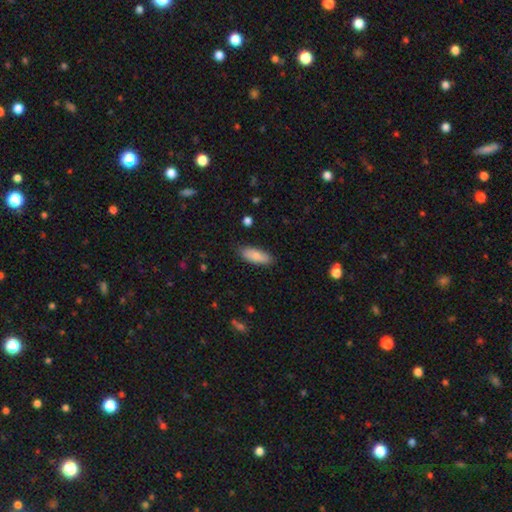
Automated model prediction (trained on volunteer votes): Smooth or featured: smooth — 81% (featured or disk — 13%)
How rounded: in between — 74% (cigar-shaped — 24%)
Merging: none — 84% (minor disturbance — 13%)